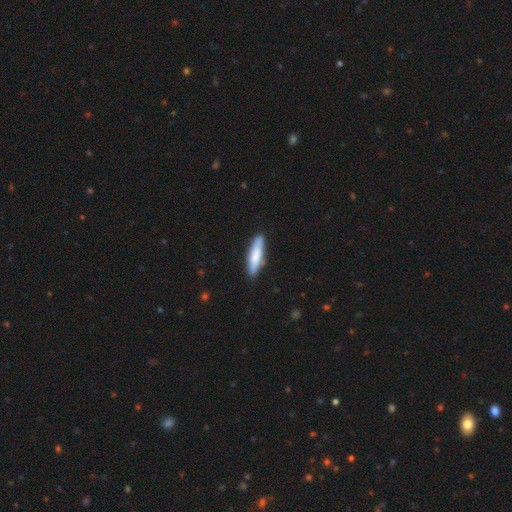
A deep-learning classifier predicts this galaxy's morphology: A smooth galaxy with no disk features (77%) that is cigar-shaped (76%).

Vote fractions:
- Smooth or featured? smooth: 77% / featured or disk: 18% / star or artifact: 5%
- How rounded? cigar-shaped: 76% / in between: 23% / round: 1%
- Merging? none: 87% / minor disturbance: 10% / major disturbance: 2% / merger: 1%